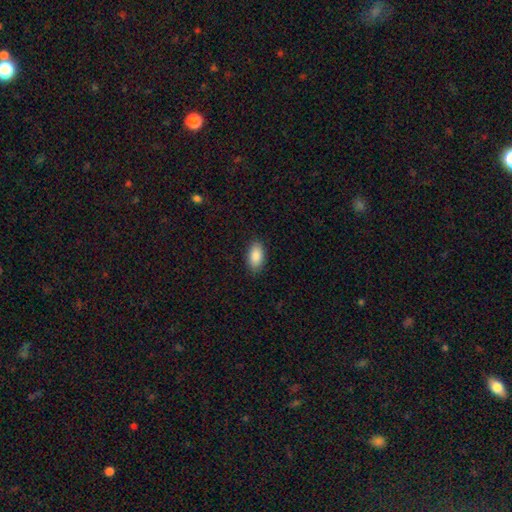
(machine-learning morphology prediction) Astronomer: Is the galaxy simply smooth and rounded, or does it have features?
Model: smooth — 88%.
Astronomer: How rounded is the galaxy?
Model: in between — 93%.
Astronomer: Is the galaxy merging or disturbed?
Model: none — 88%.